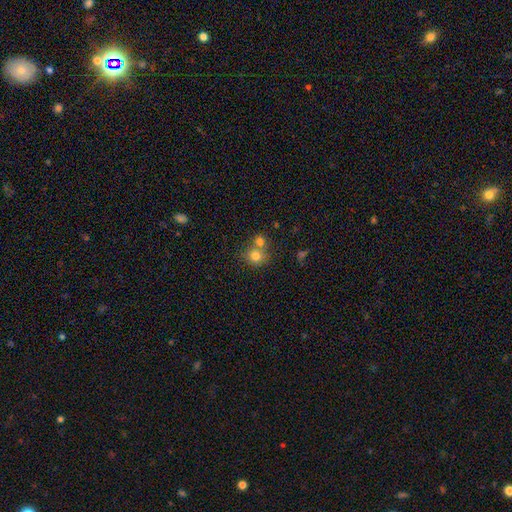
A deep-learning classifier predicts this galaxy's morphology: This appears to be a smooth galaxy with no disk features (77%) that is round (83%). Merging: none (47%).